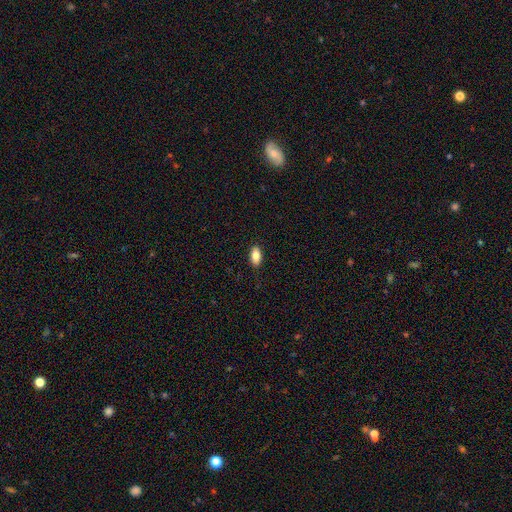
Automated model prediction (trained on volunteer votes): smooth 81%, featured or disk 12%, star or artifact 7%. Down the decision tree: how rounded — in between (89%); merging — none (89%).